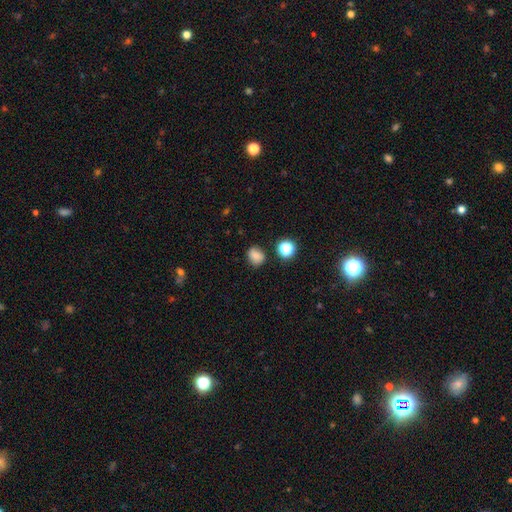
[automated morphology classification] Q: Smooth or featured?
A: smooth (80%); runner-up: star or artifact (14%)
Q: How rounded?
A: round (57%); runner-up: in between (42%)
Q: Merging?
A: none (75%); runner-up: minor disturbance (16%)